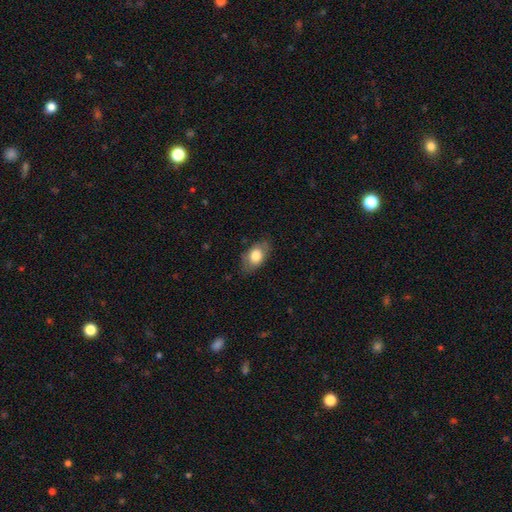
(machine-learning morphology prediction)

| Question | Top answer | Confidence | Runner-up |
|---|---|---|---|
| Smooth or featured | smooth | 75% | featured or disk (18%) |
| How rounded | in between | 88% | round (10%) |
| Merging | none | 76% | minor disturbance (18%) |